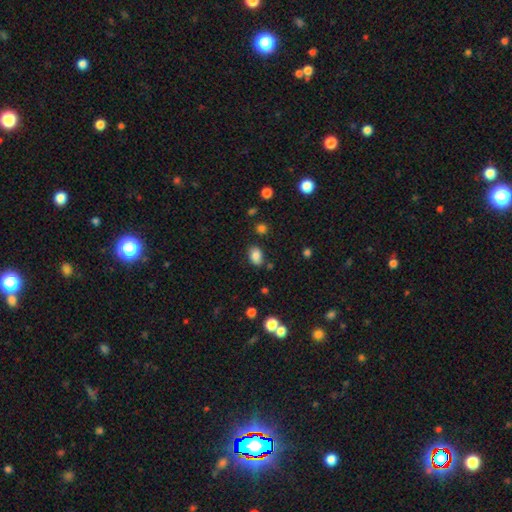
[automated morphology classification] This appears to be a smooth galaxy with no disk features (84%) that is in between round and cigar-shaped (83%). Merging: none (81%).